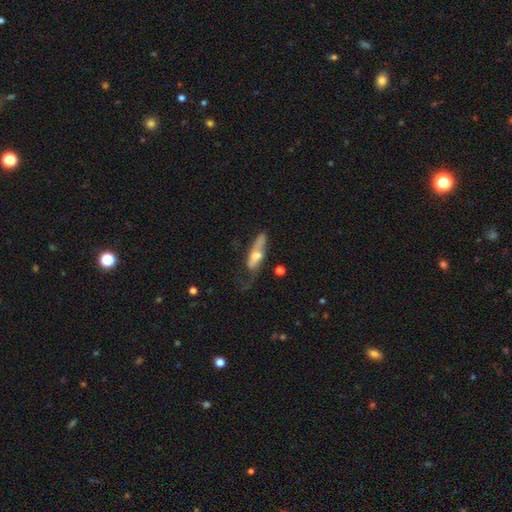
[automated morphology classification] A smooth galaxy with no disk features (50%).

Vote fractions:
- Smooth or featured? smooth: 50% / featured or disk: 43% / star or artifact: 7%
- Merging? major disturbance: 34% / none: 30% / minor disturbance: 26% / merger: 9%